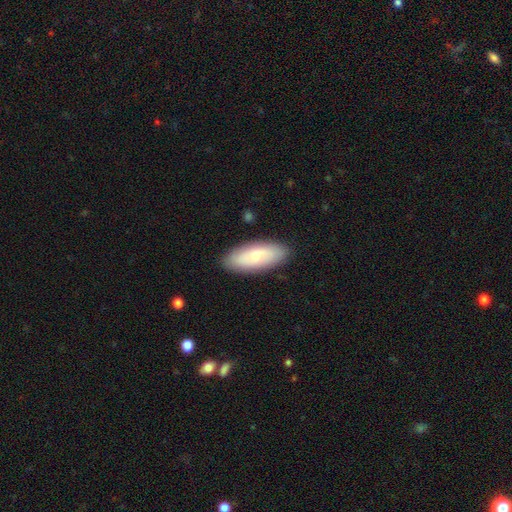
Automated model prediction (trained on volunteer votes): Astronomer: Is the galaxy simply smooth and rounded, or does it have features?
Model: smooth — 59% (runner-up: featured or disk, 35%).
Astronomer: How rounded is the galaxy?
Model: in between — 78%.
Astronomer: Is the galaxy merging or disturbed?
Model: none — 88%.